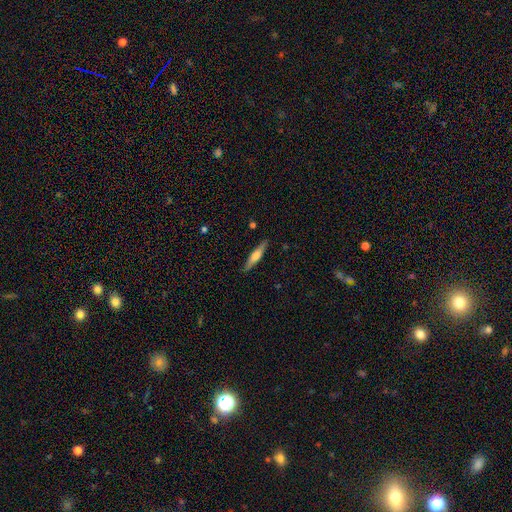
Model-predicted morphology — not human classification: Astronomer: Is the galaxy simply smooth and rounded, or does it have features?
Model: featured or disk — 52% (runner-up: smooth, 42%).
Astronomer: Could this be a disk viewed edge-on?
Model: yes — 95%.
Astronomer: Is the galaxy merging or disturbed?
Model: none — 88%.